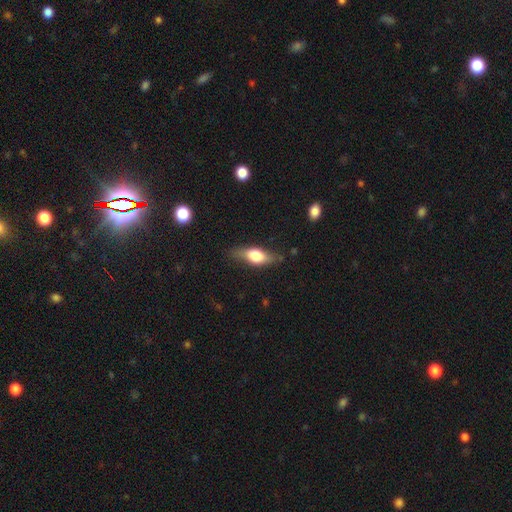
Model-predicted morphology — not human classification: A smooth galaxy with no disk features (55%) that is in between round and cigar-shaped (66%).

Vote fractions:
- Smooth or featured? smooth: 55% / featured or disk: 38% / star or artifact: 7%
- How rounded? in between: 66% / cigar-shaped: 28% / round: 5%
- Merging? none: 74% / minor disturbance: 19% / major disturbance: 5% / merger: 2%